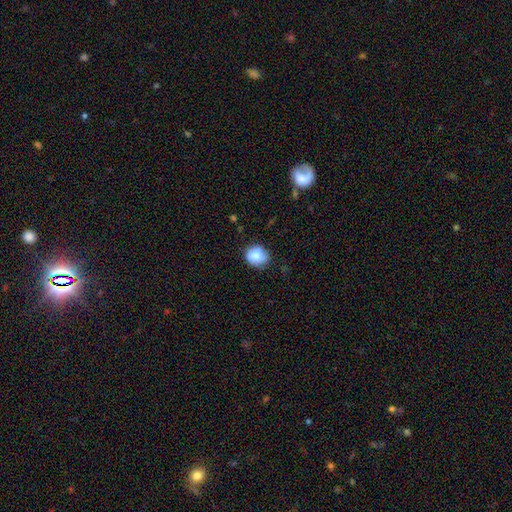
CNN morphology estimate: Smooth or featured? smooth (81%)
How rounded? round (67%)
Merging? none (72%)